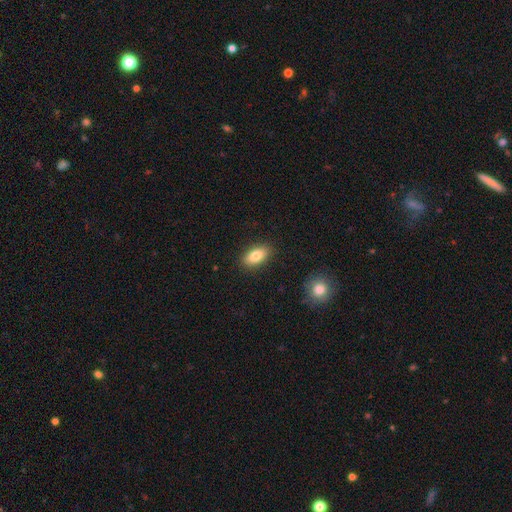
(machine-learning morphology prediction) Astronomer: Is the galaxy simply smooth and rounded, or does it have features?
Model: smooth — 81%.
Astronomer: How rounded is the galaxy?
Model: in between — 89%.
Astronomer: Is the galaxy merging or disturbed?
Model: none — 88%.